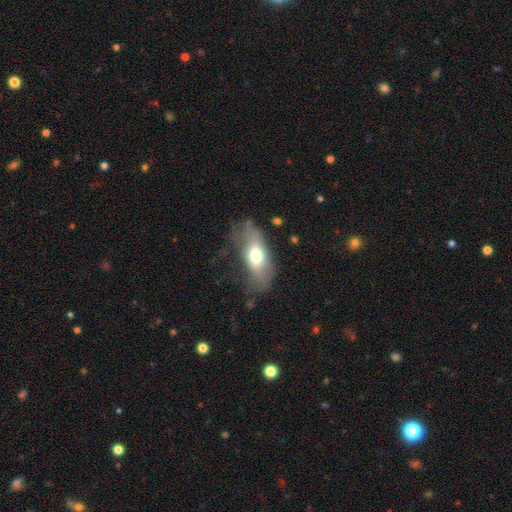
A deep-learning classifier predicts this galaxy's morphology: smooth 62%, featured or disk 30%, star or artifact 8%. Down the decision tree: how rounded — in between (82%); merging — none (49%).